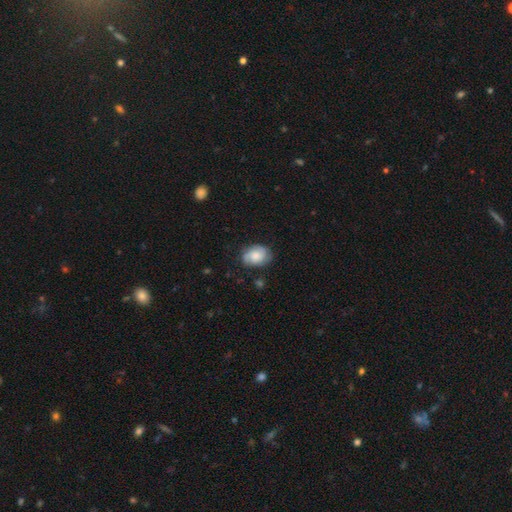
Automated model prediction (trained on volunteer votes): smooth_or_featured: smooth (p=0.58) [alt: featured or disk p=0.34]
how_rounded: in between (p=0.68) [alt: round p=0.31]
merging: none (p=0.74) [alt: minor disturbance p=0.20]